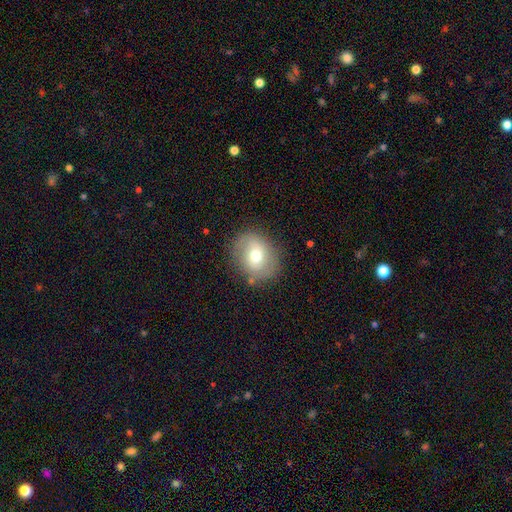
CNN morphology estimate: A smooth galaxy with no disk features (61%) that is round (65%).

Vote fractions:
- Smooth or featured? smooth: 61% / featured or disk: 29% / star or artifact: 10%
- How rounded? round: 65% / in between: 34% / cigar-shaped: 1%
- Merging? none: 78% / minor disturbance: 14% / major disturbance: 5% / merger: 2%